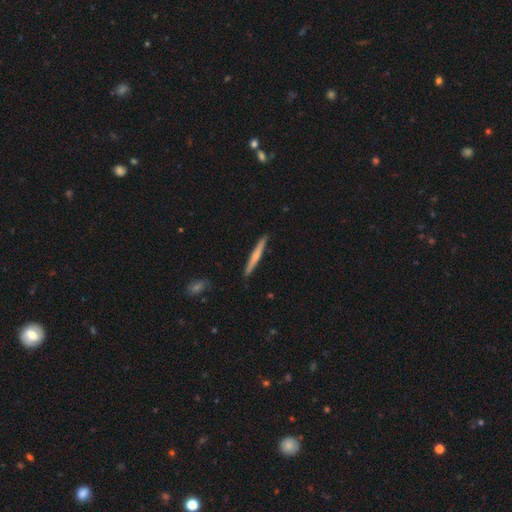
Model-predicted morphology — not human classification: A featured or disk galaxy (49%).

Vote fractions:
- Smooth or featured? featured or disk: 49% / smooth: 46% / star or artifact: 5%
- Merging? none: 91% / minor disturbance: 7% / major disturbance: 1% / merger: 1%